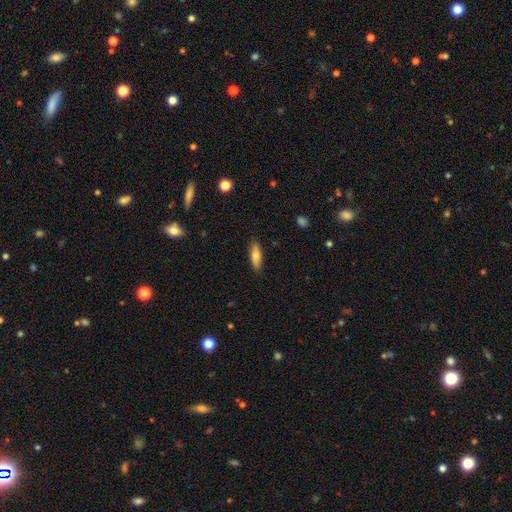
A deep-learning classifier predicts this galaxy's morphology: type=smooth (69%); roundness=cigar-shaped (54%); merging=none (88%).